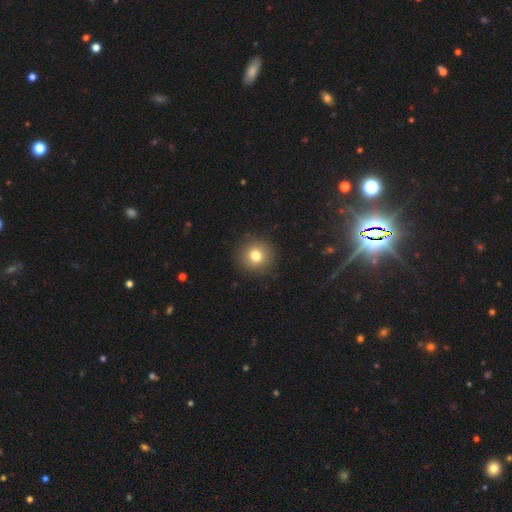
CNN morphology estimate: smooth_or_featured: smooth (p=0.79) [alt: star or artifact p=0.12]
how_rounded: round (p=0.93) [alt: in between p=0.06]
merging: none (p=0.90) [alt: minor disturbance p=0.07]